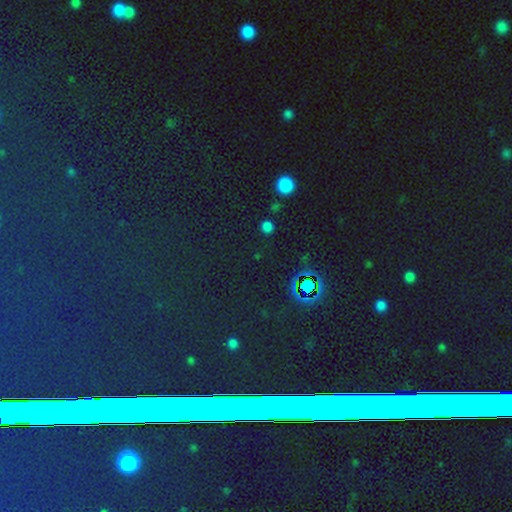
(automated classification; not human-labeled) Smooth or featured? Predicted: star or artifact (p=0.75).